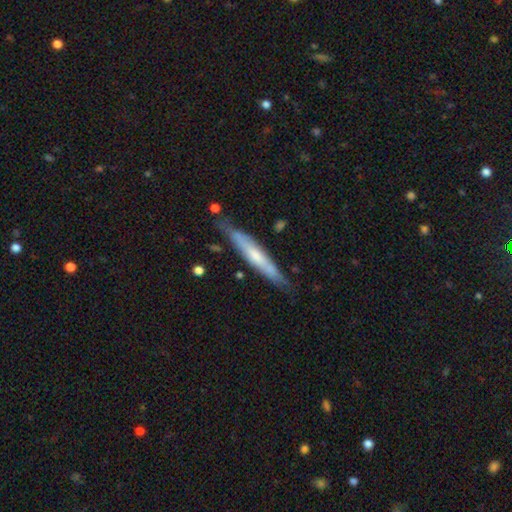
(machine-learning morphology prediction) Q: Smooth or featured?
A: featured or disk (51%); runner-up: smooth (43%)
Q: Edge-on disk?
A: yes (88%); runner-up: no (12%)
Q: Merging?
A: none (79%); runner-up: minor disturbance (16%)